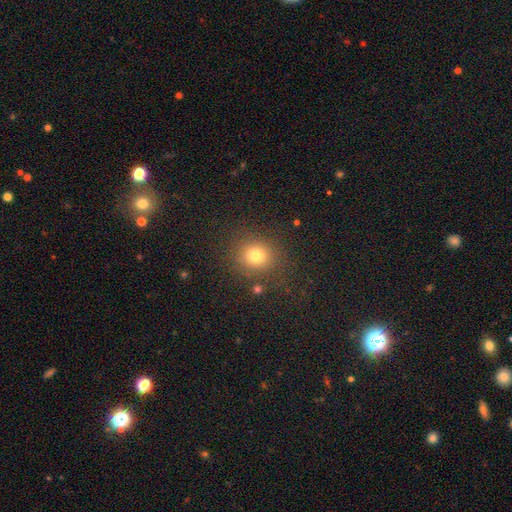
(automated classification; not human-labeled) This appears to be a smooth galaxy with no disk features (76%) that is round (84%). Merging: none (83%).